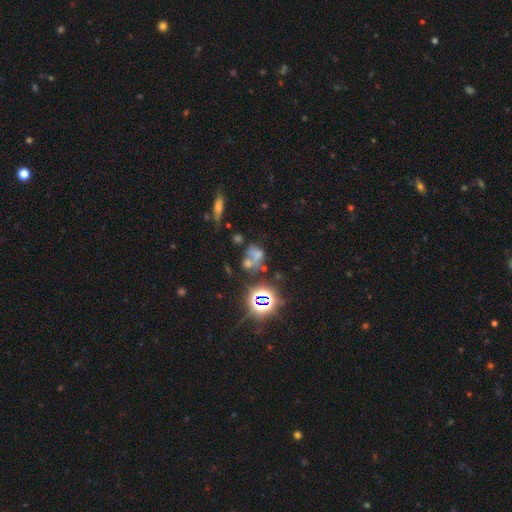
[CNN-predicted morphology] smooth-or-featured: smooth: 44% | star or artifact: 31% | featured or disk: 25%
  merging: merger: 48% | none: 25% | major disturbance: 14% | minor disturbance: 12%